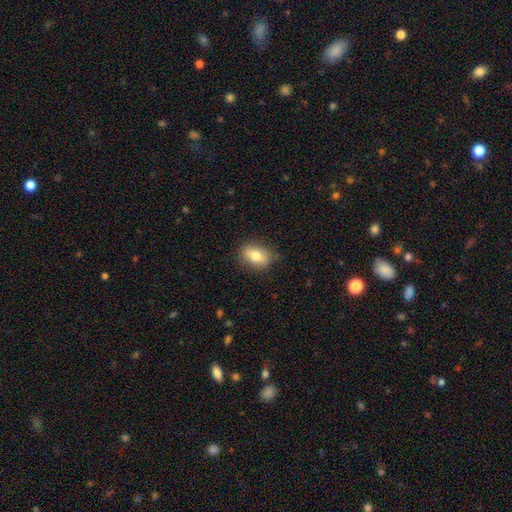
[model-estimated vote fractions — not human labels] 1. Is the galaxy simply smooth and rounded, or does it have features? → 75% smooth, 17% featured or disk, 8% star or artifact.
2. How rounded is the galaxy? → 75% in between, 23% round, 2% cigar-shaped.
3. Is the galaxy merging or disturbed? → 82% none, 14% minor disturbance, 3% major disturbance, 1% merger.